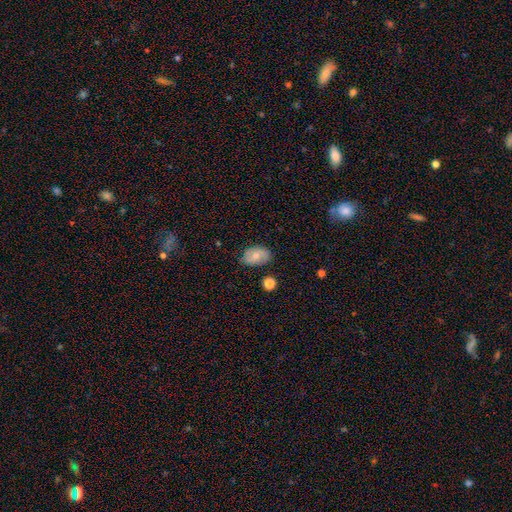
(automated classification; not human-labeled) smooth-or-featured: smooth: 64% | featured or disk: 28% | star or artifact: 8%
  how-rounded: in between: 86% | round: 13% | cigar-shaped: 1%
  merging: none: 75% | minor disturbance: 19% | major disturbance: 4% | merger: 2%